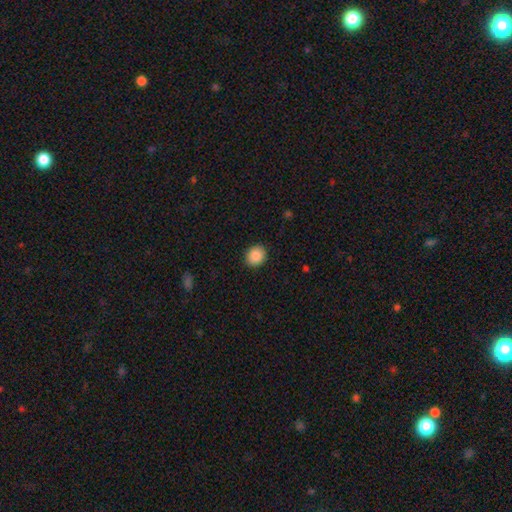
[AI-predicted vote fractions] Smooth or featured: smooth — 88% (star or artifact — 8%)
How rounded: round — 72% (in between — 27%)
Merging: none — 91% (minor disturbance — 7%)